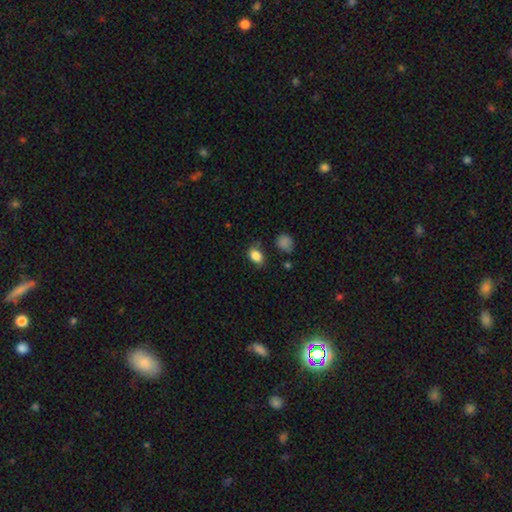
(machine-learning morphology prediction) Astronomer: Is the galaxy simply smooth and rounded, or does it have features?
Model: smooth — 85%.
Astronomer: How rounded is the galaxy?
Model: in between — 80%.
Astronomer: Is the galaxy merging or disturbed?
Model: none — 68%.